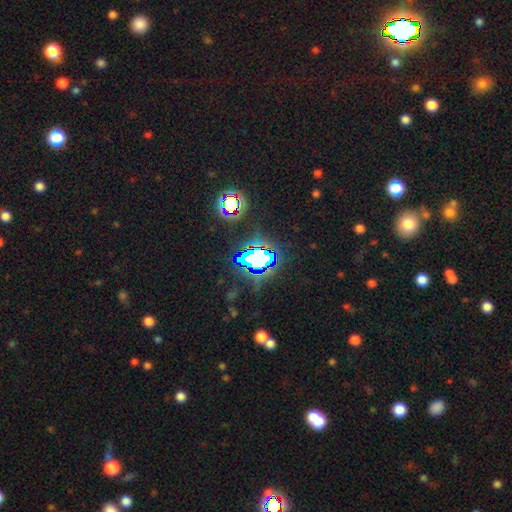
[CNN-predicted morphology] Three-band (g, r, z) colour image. It shows a star or artifact, not a galaxy (72%).